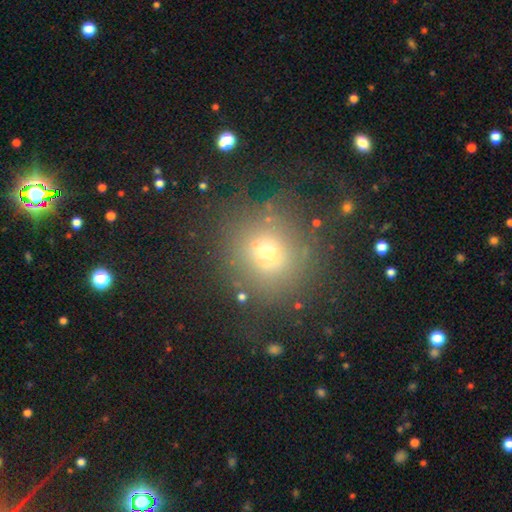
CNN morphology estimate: smooth-or-featured: smooth: 61% | star or artifact: 22% | featured or disk: 16%
  how-rounded: round: 88% | in between: 11% | cigar-shaped: 1%
  merging: none: 73% | minor disturbance: 14% | major disturbance: 10% | merger: 3%